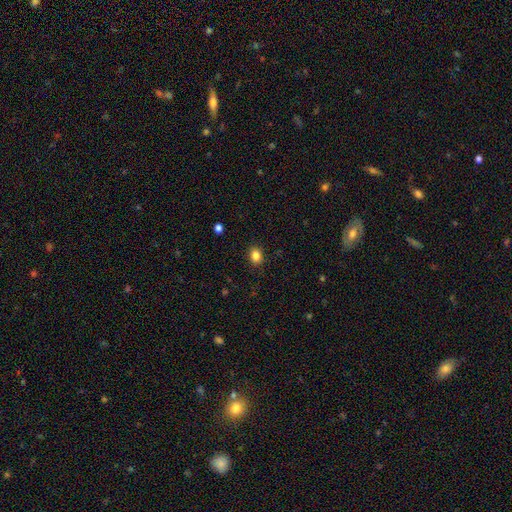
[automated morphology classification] This appears to be a smooth galaxy with no disk features (85%) that is in between round and cigar-shaped (56%). Merging: none (89%).